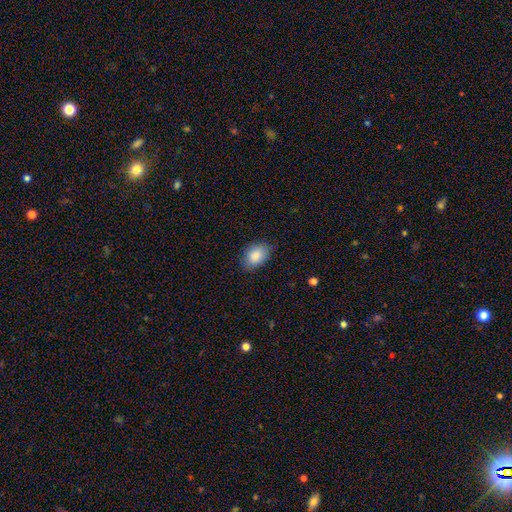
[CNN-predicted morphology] Smooth or featured? Predicted: smooth (p=0.88). How rounded? Predicted: in between (p=0.87). Merging? Predicted: none (p=0.79).